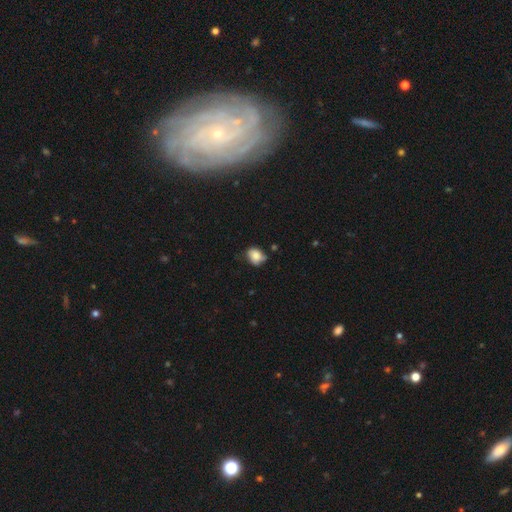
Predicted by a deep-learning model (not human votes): smooth 76%, featured or disk 15%, star or artifact 9%. Down the decision tree: how rounded — in between (58%); merging — none (52%).